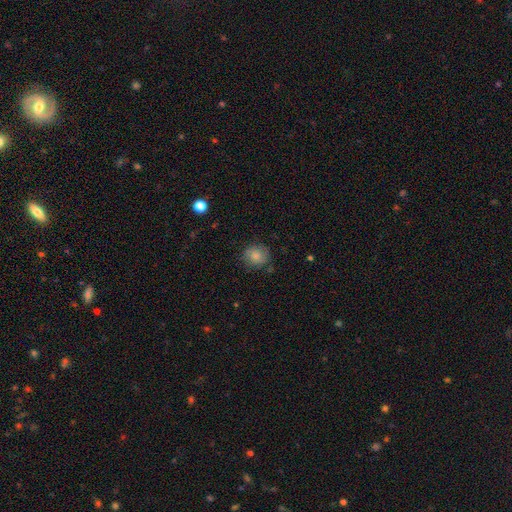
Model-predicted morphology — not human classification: Smooth or featured? Predicted: smooth (p=0.74). How rounded? Predicted: round (p=0.82). Merging? Predicted: none (p=0.78).